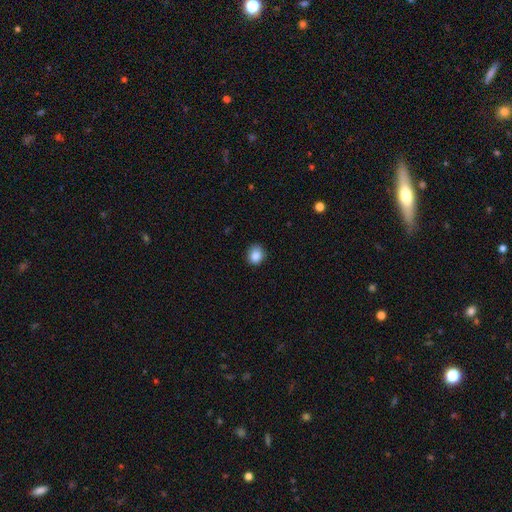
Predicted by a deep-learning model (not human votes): A smooth galaxy with no disk features (86%) that is round (78%).

Vote fractions:
- Smooth or featured? smooth: 86% / star or artifact: 10% / featured or disk: 4%
- How rounded? round: 78% / in between: 21% / cigar-shaped: 1%
- Merging? none: 83% / minor disturbance: 14% / major disturbance: 2% / merger: 1%